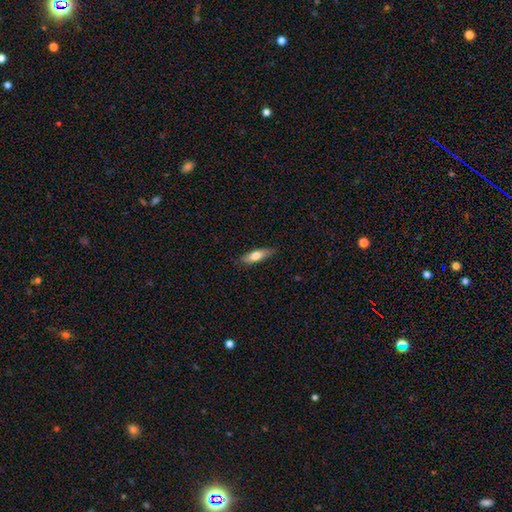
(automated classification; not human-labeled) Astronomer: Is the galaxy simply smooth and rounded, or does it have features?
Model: smooth — 67%.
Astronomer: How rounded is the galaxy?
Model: cigar-shaped — 57% (runner-up: in between, 41%).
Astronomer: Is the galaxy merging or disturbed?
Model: none — 85%.